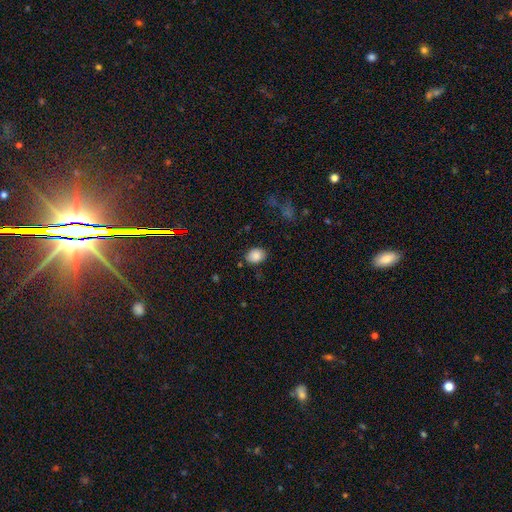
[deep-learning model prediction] This is clearly a smooth galaxy (86%). How rounded: possibly in between (58%). Merging: clearly none (83%).